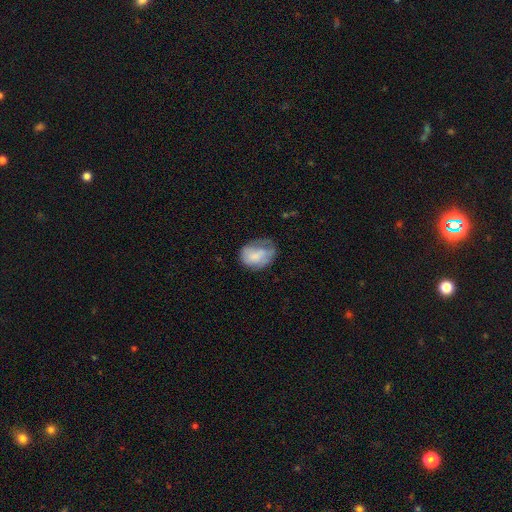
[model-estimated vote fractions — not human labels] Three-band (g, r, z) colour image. It shows a smooth galaxy with no disk features (70%) that is in between round and cigar-shaped (65%). Merging: none (39%).